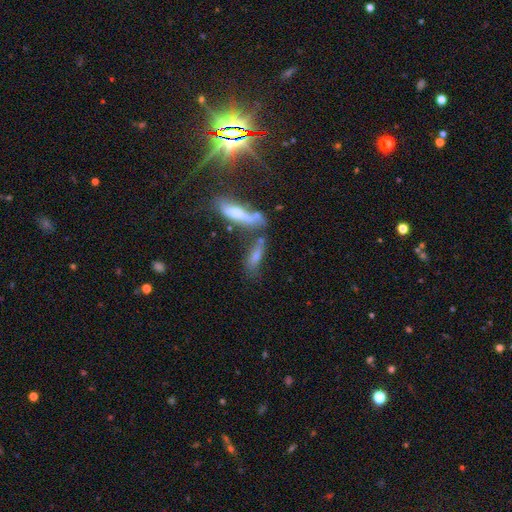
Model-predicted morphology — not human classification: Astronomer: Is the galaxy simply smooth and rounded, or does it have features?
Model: smooth — 51% (runner-up: featured or disk, 31%).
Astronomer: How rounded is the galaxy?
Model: cigar-shaped — 67%.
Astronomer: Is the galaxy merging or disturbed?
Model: none — 42% (runner-up: merger, 34%).